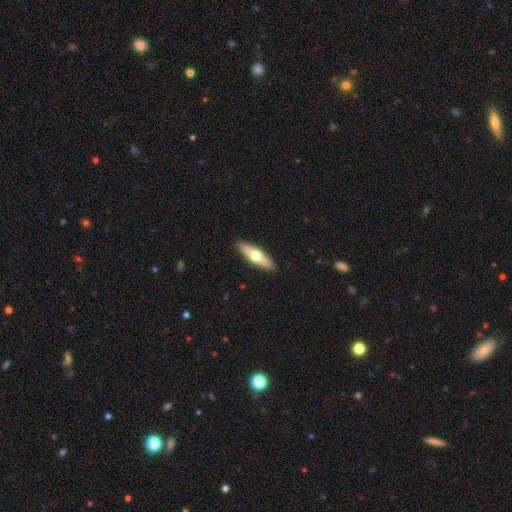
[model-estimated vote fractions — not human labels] This is possibly a smooth galaxy (49%). Merging: clearly none (91%).